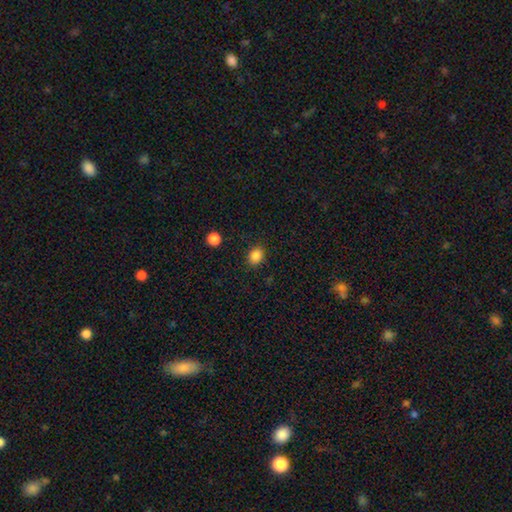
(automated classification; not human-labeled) Overall: smooth (86%). How rounded: in between (54%; round 45%). Merging: none (85%).